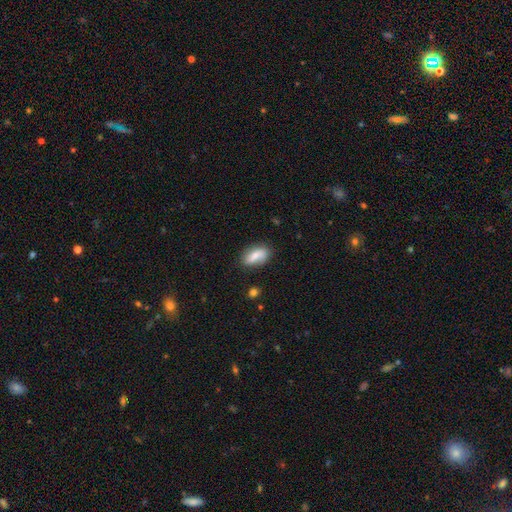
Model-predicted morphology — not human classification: Q: Smooth or featured?
A: smooth (68%); runner-up: featured or disk (25%)
Q: How rounded?
A: in between (85%); runner-up: cigar-shaped (10%)
Q: Merging?
A: none (72%); runner-up: minor disturbance (20%)